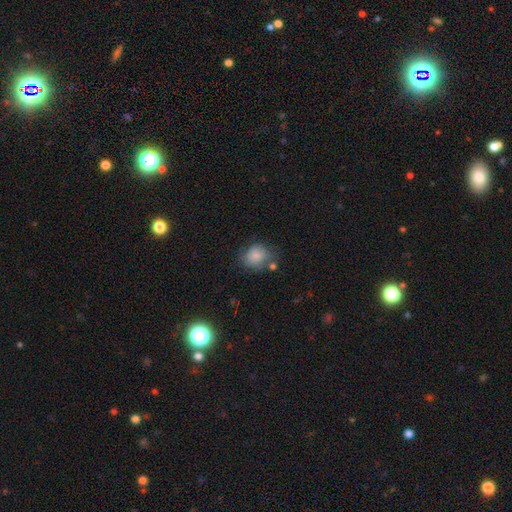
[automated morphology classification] Smooth or featured: smooth — 81% (featured or disk — 10%)
How rounded: round — 61% (in between — 38%)
Merging: none — 57% (minor disturbance — 25%)